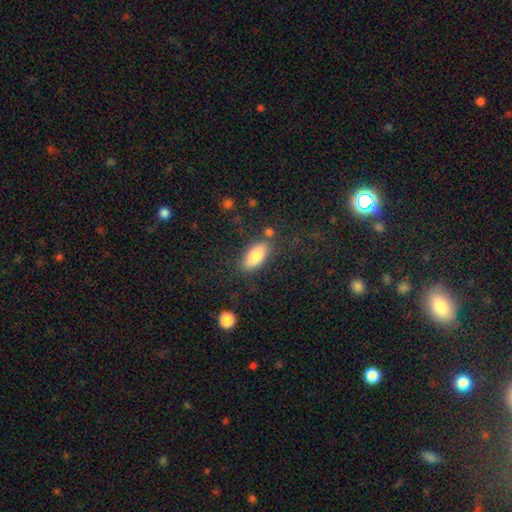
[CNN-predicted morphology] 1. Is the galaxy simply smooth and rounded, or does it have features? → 81% smooth, 12% featured or disk, 7% star or artifact.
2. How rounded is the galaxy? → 86% in between, 10% cigar-shaped, 3% round.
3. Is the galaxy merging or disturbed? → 77% none, 14% minor disturbance, 5% merger, 4% major disturbance.